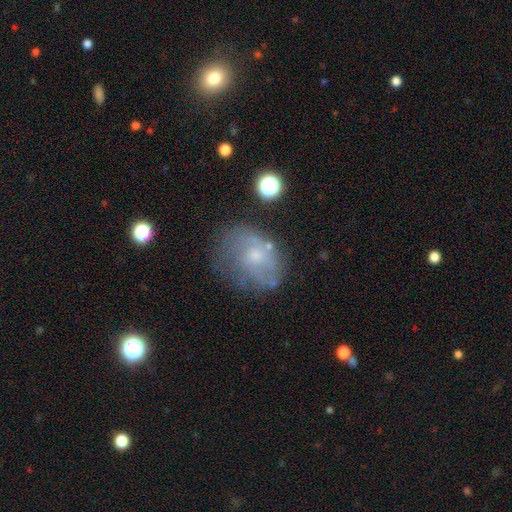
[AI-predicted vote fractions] Smooth or featured? Predicted: featured or disk (p=0.49). Merging? Predicted: none (p=0.55).